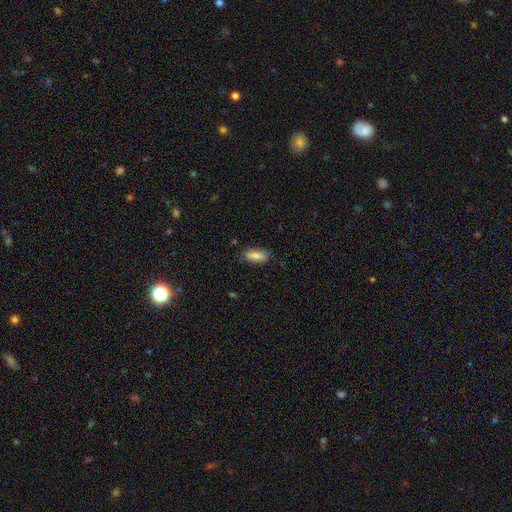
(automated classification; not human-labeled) The model was most divided on "how rounded": in between: 72%, cigar-shaped: 26%, round: 2%. More confident: smooth or featured — smooth (83%); merging — none (77%).